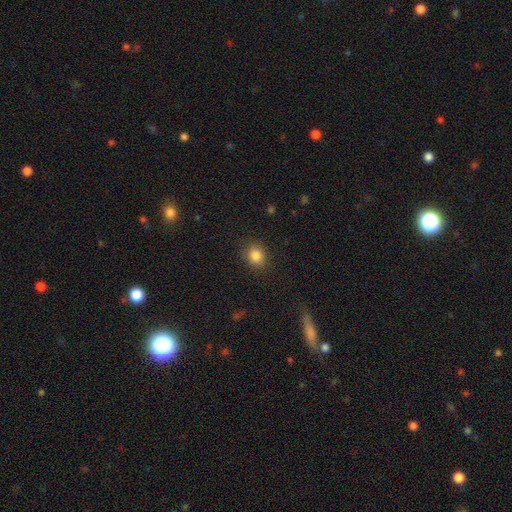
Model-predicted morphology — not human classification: smooth-or-featured: smooth: 84% | star or artifact: 11% | featured or disk: 5%
  how-rounded: round: 65% | in between: 34% | cigar-shaped: 1%
  merging: none: 87% | minor disturbance: 9% | major disturbance: 3% | merger: 1%